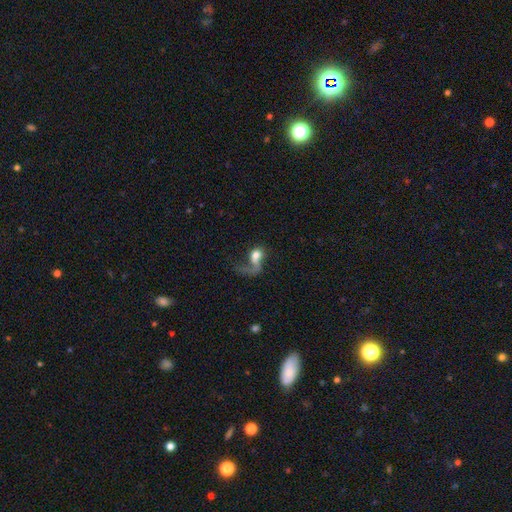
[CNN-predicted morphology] smooth 50%, featured or disk 39%, star or artifact 11%. Down the decision tree: merging — major disturbance (45%).